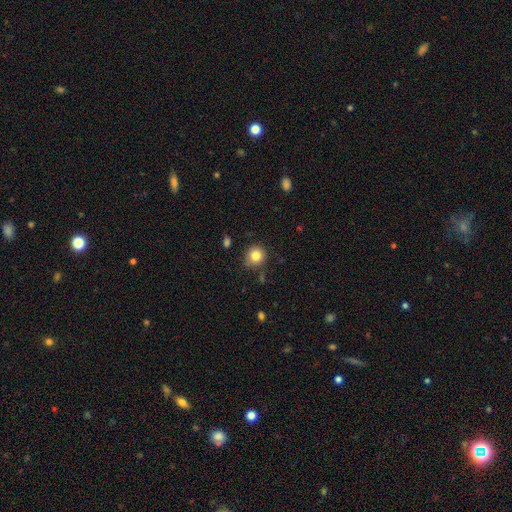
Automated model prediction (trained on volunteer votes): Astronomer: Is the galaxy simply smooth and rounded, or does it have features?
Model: smooth — 82%.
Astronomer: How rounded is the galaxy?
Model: round — 89%.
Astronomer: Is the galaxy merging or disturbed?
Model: none — 80%.